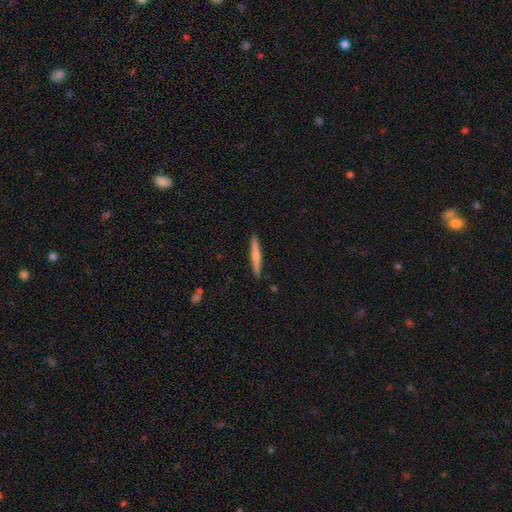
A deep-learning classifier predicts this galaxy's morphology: smooth_or_featured: smooth (p=0.55) [alt: featured or disk p=0.40]
how_rounded: cigar-shaped (p=0.95) [alt: in between p=0.04]
merging: none (p=0.91) [alt: minor disturbance p=0.07]